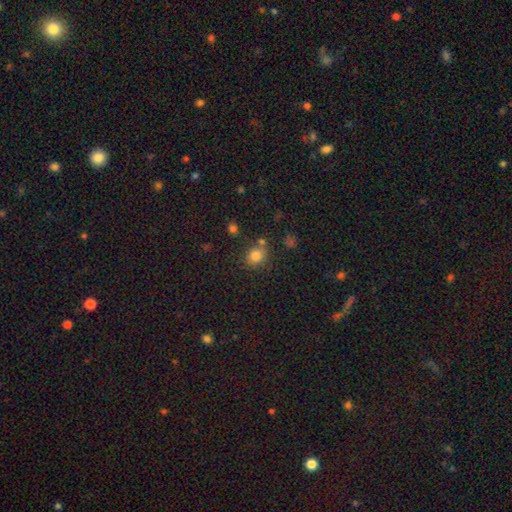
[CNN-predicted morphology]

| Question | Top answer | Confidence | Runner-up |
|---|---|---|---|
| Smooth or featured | smooth | 79% | star or artifact (14%) |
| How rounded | round | 78% | in between (21%) |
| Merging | none | 72% | minor disturbance (12%) |